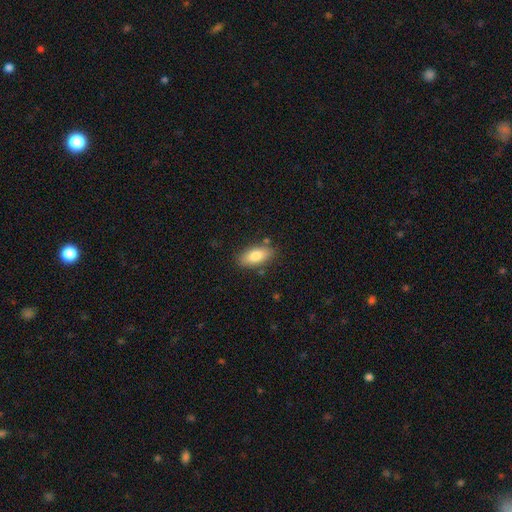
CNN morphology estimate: Overall: smooth (81%). How rounded: in between (86%). Merging: none (82%).